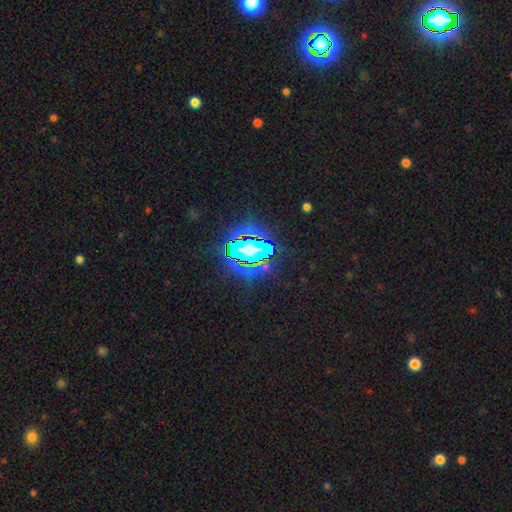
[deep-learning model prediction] The model was most divided on "smooth or featured": star or artifact: 71%, smooth: 16%, featured or disk: 14%.